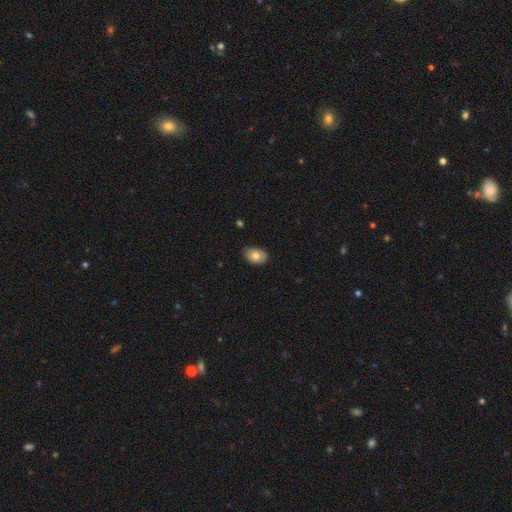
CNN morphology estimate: Smooth or featured: smooth — 74% (featured or disk — 18%)
How rounded: in between — 83% (round — 16%)
Merging: none — 82% (minor disturbance — 15%)